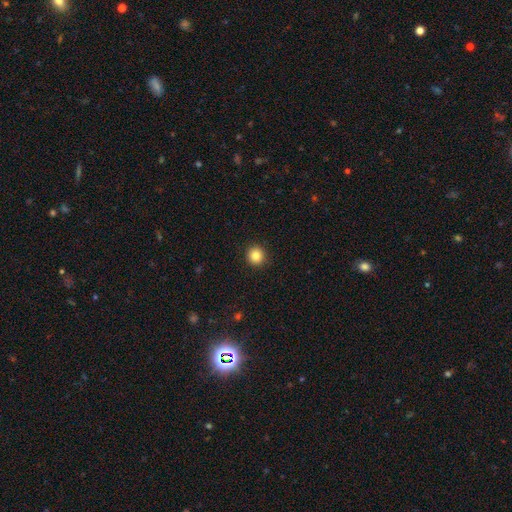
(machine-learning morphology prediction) Smooth or featured? smooth (85%)
How rounded? round (94%)
Merging? none (93%)